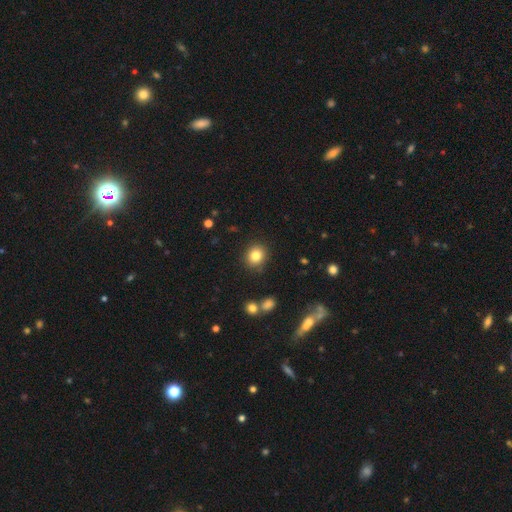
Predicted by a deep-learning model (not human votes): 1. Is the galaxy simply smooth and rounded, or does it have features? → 82% smooth, 11% star or artifact, 7% featured or disk.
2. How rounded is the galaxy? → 81% round, 18% in between, 1% cigar-shaped.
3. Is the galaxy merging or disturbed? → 88% none, 7% minor disturbance, 2% major disturbance, 2% merger.